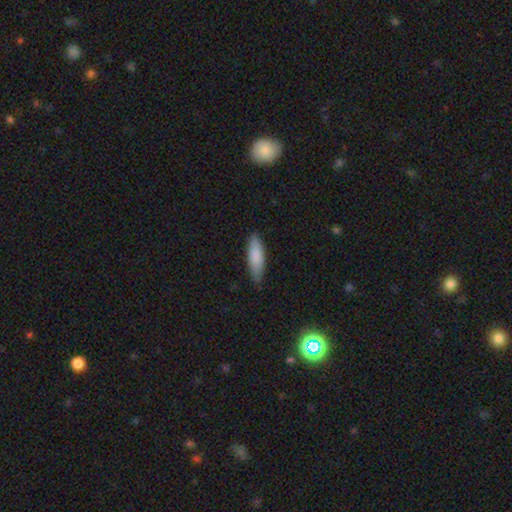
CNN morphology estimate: Overall: smooth (84%). How rounded: cigar-shaped (52%; in between 47%). Merging: none (79%).